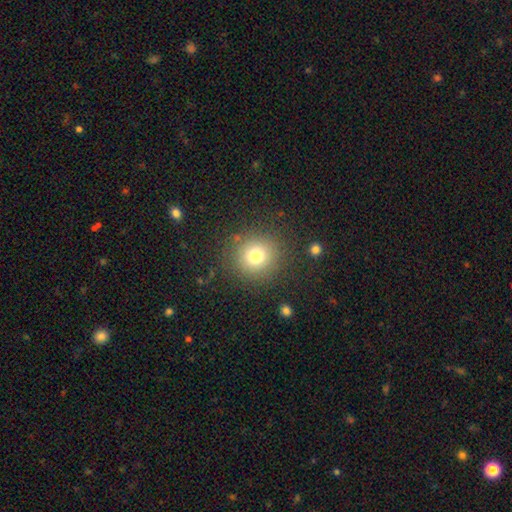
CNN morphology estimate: smooth_or_featured: smooth (p=0.77) [alt: star or artifact p=0.14]
how_rounded: round (p=0.91) [alt: in between p=0.08]
merging: none (p=0.87) [alt: minor disturbance p=0.08]